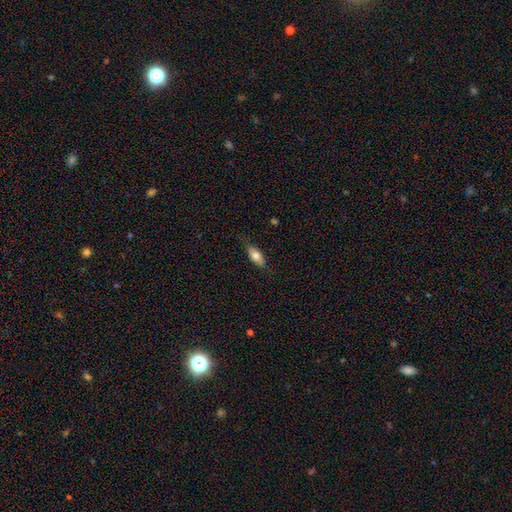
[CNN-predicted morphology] smooth 74%, featured or disk 19%, star or artifact 7%. Down the decision tree: how rounded — in between (83%); merging — none (80%).